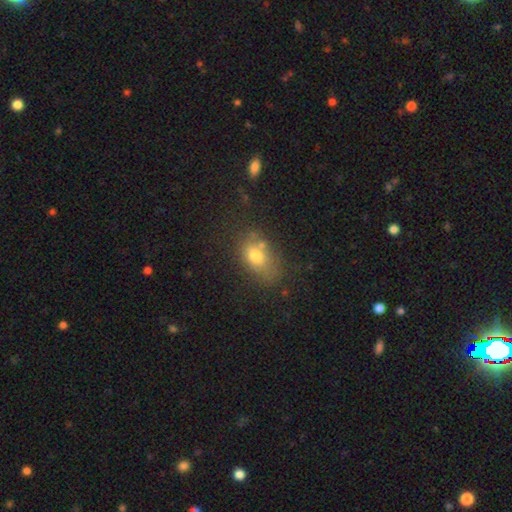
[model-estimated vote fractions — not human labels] Smooth or featured?
  - smooth: 72% *
  - featured or disk: 17%
  - star or artifact: 11%
How rounded?
  - in between: 81% *
  - round: 17%
  - cigar-shaped: 2%
Merging?
  - none: 57% *
  - minor disturbance: 22%
  - merger: 13%
  - major disturbance: 9%